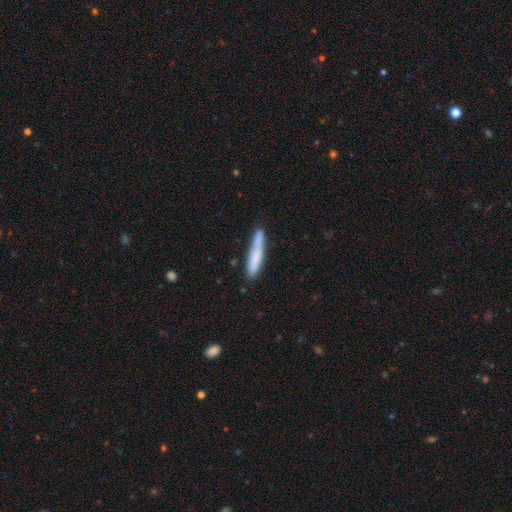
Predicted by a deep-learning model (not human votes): Smooth or featured: smooth — 74% (featured or disk — 20%)
How rounded: cigar-shaped — 93% (in between — 6%)
Merging: none — 75% (minor disturbance — 18%)